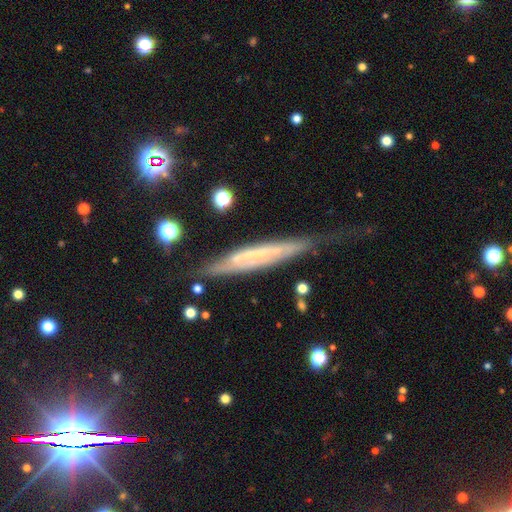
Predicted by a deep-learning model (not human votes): A featured or disk galaxy (64%) viewed edge-on (82%) with no central bulge (70%). Merging: none (54%).